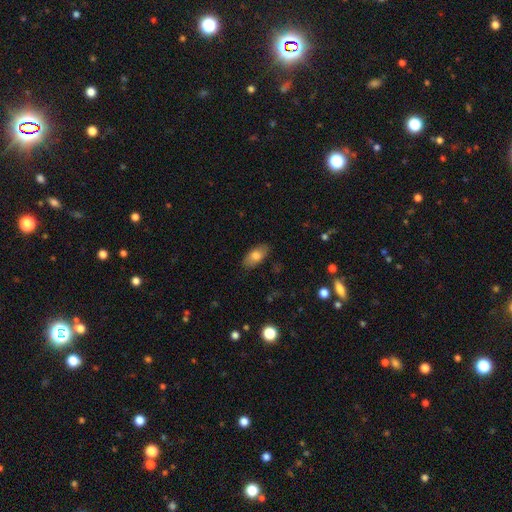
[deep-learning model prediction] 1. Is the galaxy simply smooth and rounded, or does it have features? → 76% smooth, 16% featured or disk, 7% star or artifact.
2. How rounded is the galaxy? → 91% in between, 5% cigar-shaped, 4% round.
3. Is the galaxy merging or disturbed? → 85% none, 12% minor disturbance, 2% major disturbance, 1% merger.